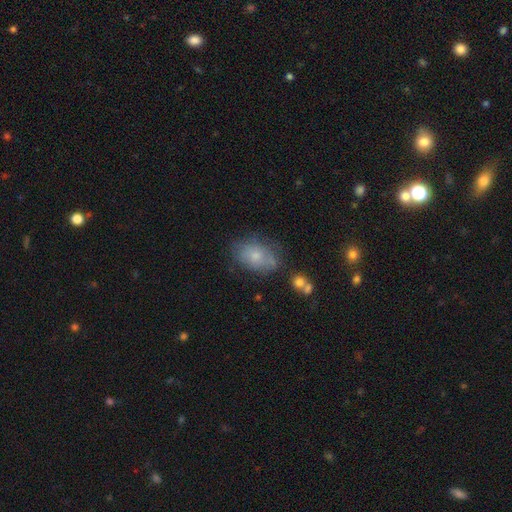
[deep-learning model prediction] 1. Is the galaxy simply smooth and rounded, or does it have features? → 65% smooth, 25% featured or disk, 10% star or artifact.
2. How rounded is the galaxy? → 82% in between, 16% round, 2% cigar-shaped.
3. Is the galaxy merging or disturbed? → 58% none, 28% minor disturbance, 10% major disturbance, 5% merger.